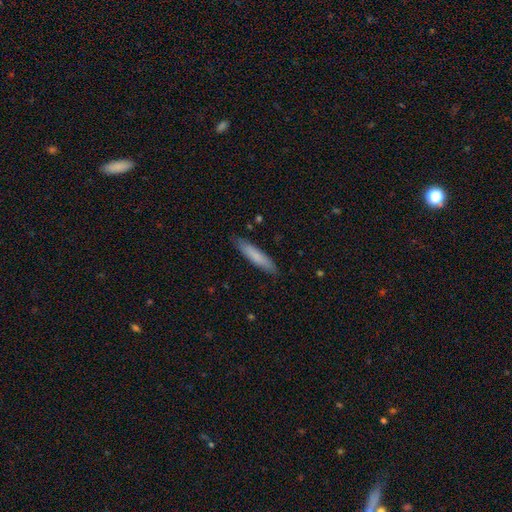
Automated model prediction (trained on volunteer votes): smooth 77%, featured or disk 17%, star or artifact 6%. Down the decision tree: how rounded — cigar-shaped (88%); merging — none (87%).